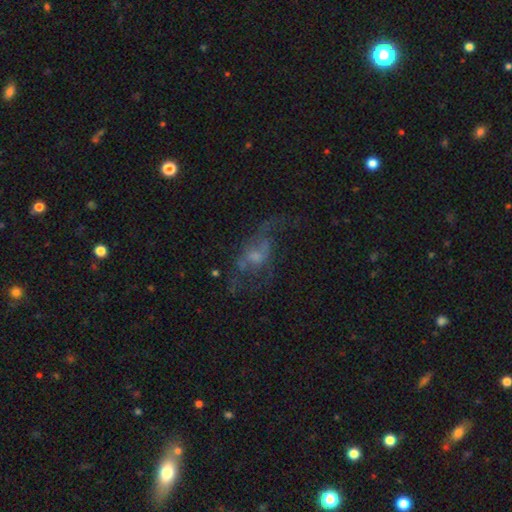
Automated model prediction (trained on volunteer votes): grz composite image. It shows a featured or disk galaxy (59%) with no bar (69%), spiral arms (51%) and a small central bulge (41%). Merging: none (39%).